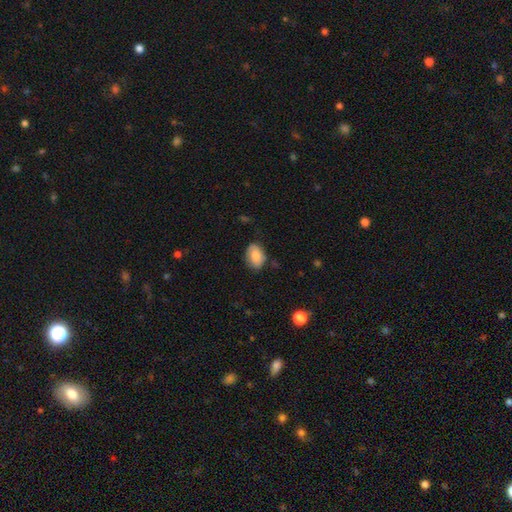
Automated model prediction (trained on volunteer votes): Smooth or featured? Predicted: smooth (p=0.80). How rounded? Predicted: in between (p=0.83). Merging? Predicted: none (p=0.72).